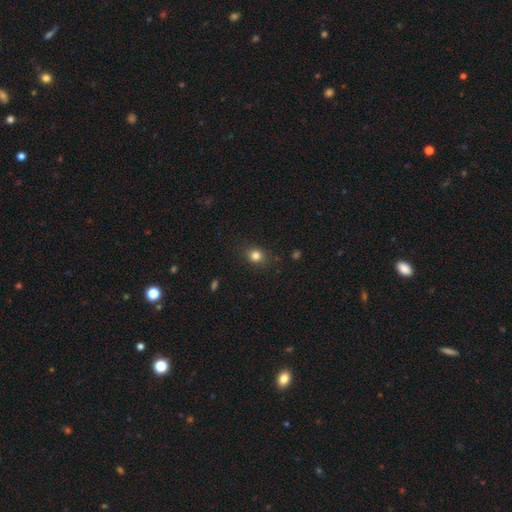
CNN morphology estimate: smooth-or-featured: smooth: 82% | star or artifact: 13% | featured or disk: 6%
  how-rounded: round: 74% | in between: 25% | cigar-shaped: 1%
  merging: none: 85% | minor disturbance: 11% | major disturbance: 3% | merger: 1%